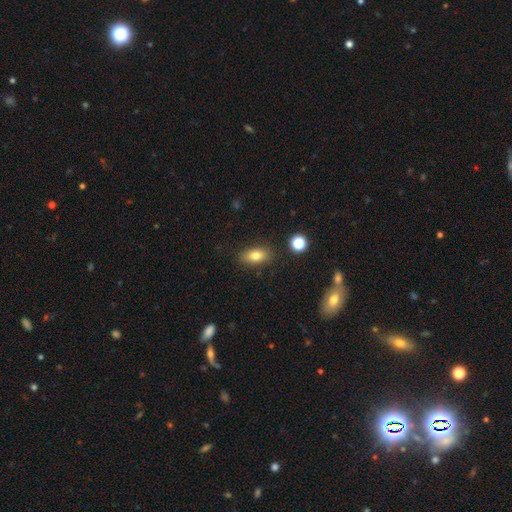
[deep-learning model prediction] This appears to be a smooth galaxy with no disk features (79%) that is in between round and cigar-shaped (83%). Merging: none (85%).